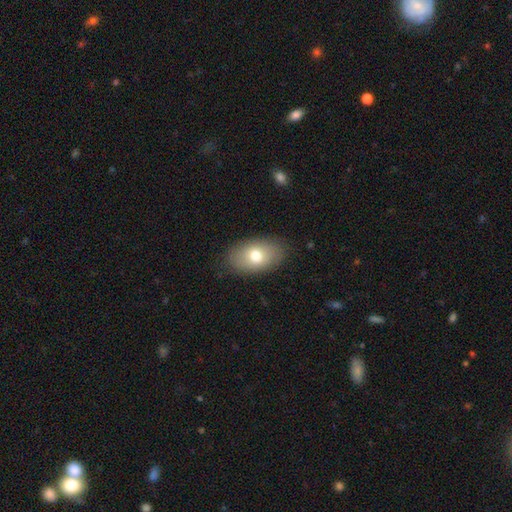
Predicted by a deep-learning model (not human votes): Smooth or featured? smooth (74%)
How rounded? in between (91%)
Merging? none (85%)